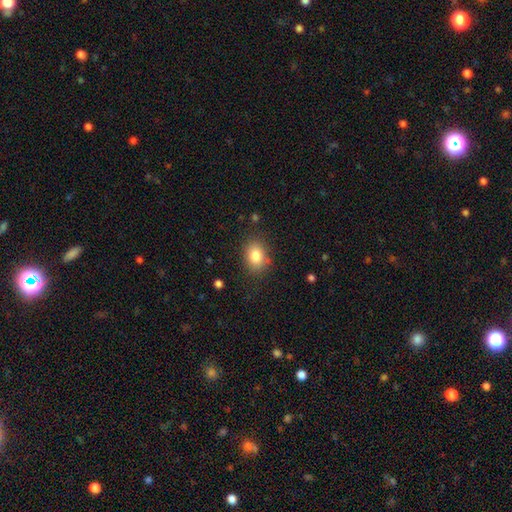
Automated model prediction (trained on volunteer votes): smooth_or_featured: smooth (p=0.82) [alt: star or artifact p=0.09]
how_rounded: in between (p=0.65) [alt: round p=0.34]
merging: none (p=0.82) [alt: minor disturbance p=0.12]